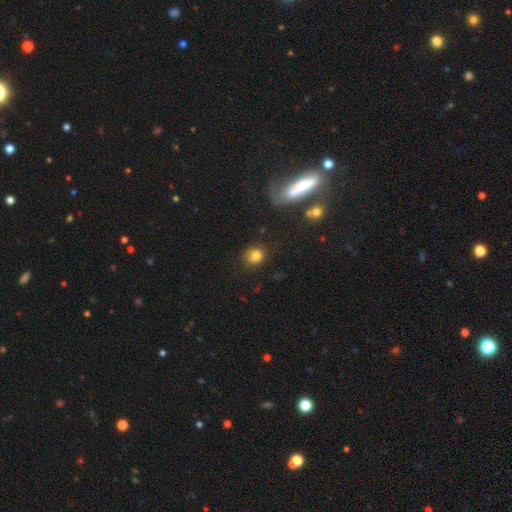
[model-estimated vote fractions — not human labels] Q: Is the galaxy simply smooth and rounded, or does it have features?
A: smooth — 81%.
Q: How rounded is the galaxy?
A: round — 80%.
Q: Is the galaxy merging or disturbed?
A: none — 78%.